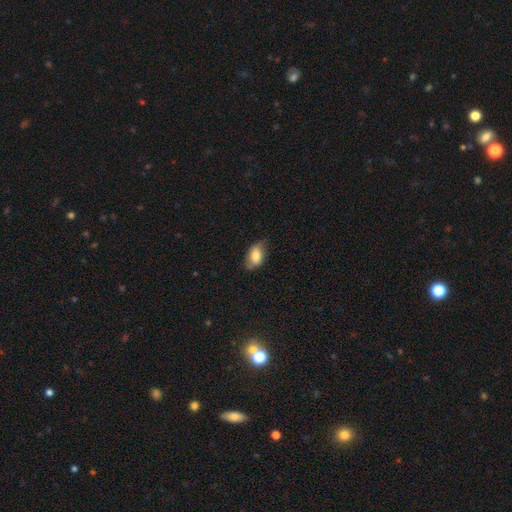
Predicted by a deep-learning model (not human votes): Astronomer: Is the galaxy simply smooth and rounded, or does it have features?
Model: smooth — 76%.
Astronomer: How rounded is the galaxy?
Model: in between — 88%.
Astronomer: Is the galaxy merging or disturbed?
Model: none — 60%.